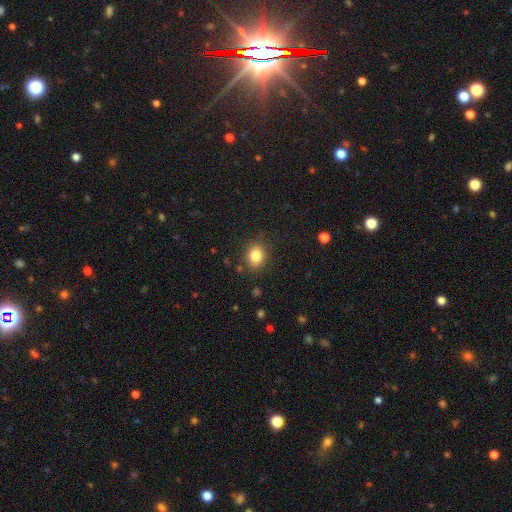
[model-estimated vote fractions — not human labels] A smooth galaxy with no disk features (83%) that is round (54%).

Vote fractions:
- Smooth or featured? smooth: 83% / star or artifact: 11% / featured or disk: 7%
- How rounded? round: 54% / in between: 45% / cigar-shaped: 1%
- Merging? none: 86% / minor disturbance: 9% / major disturbance: 3% / merger: 2%